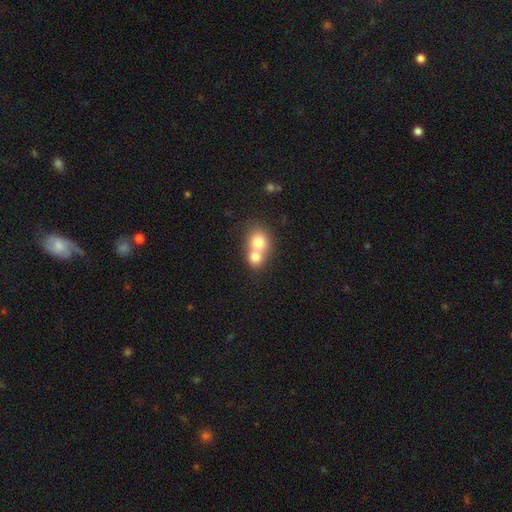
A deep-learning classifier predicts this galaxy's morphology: Smooth or featured: smooth — 73% (featured or disk — 18%)
How rounded: round — 71% (in between — 28%)
Merging: merger — 71% (none — 22%)